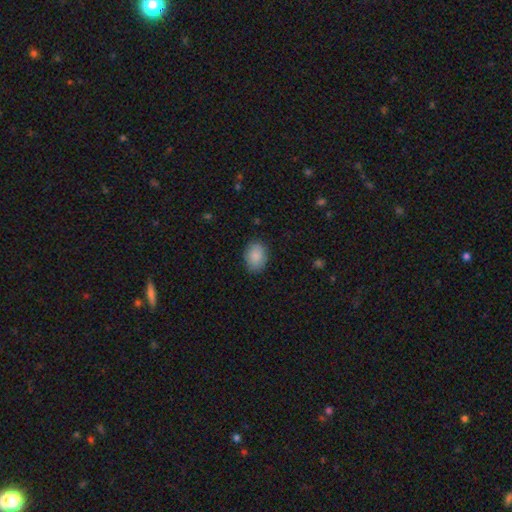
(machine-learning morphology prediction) The model was most divided on "how rounded": in between: 70%, round: 29%, cigar-shaped: 1%. More confident: smooth or featured — smooth (88%); merging — none (85%).